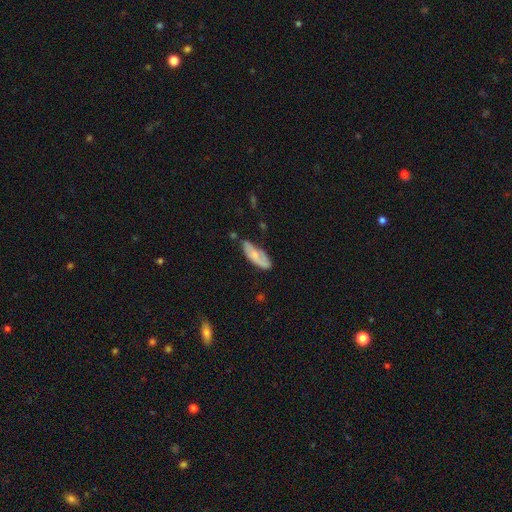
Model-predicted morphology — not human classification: The model was most divided on "merging": none: 56%, minor disturbance: 30%, major disturbance: 9%, merger: 5%. More confident: how rounded — in between (66%); smooth or featured — smooth (62%).